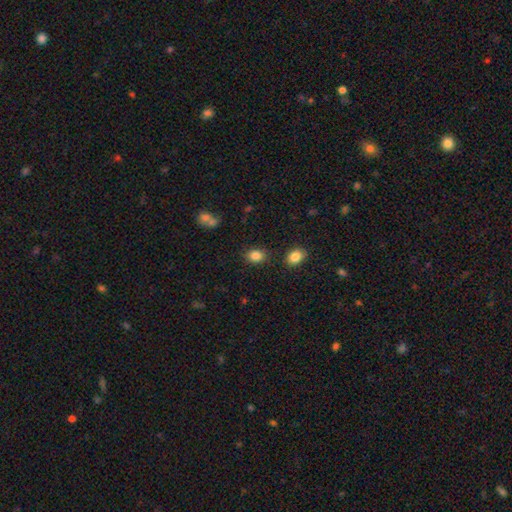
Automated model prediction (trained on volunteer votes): Overall: smooth (85%). How rounded: in between (61%; round 38%). Merging: none (83%).